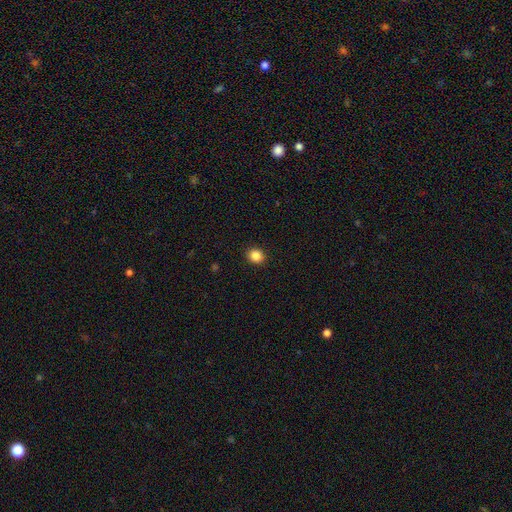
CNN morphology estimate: This appears to be a smooth galaxy with no disk features (86%) that is round (77%). Merging: none (92%).